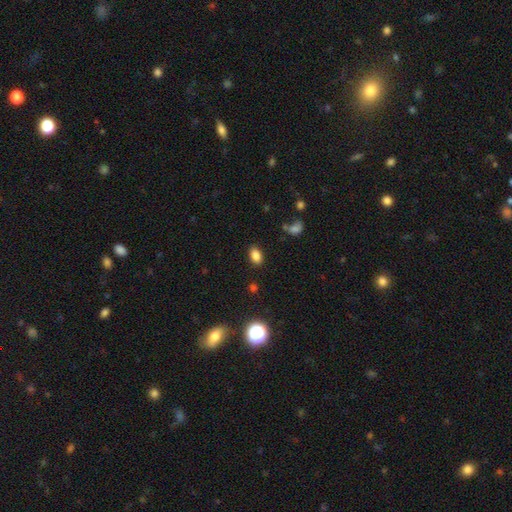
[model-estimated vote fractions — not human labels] This is clearly a smooth galaxy (83%). How rounded: clearly in between (88%). Merging: clearly none (86%).